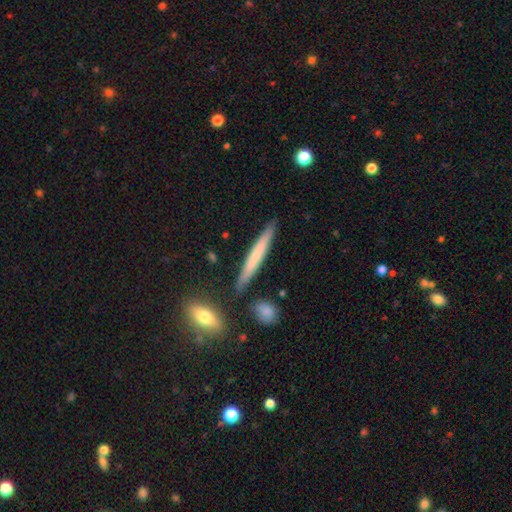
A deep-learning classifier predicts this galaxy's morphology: Smooth or featured?
  - smooth: 59% *
  - featured or disk: 35%
  - star or artifact: 6%
How rounded?
  - cigar-shaped: 95% *
  - in between: 3%
  - round: 1%
Merging?
  - none: 87% *
  - minor disturbance: 8%
  - merger: 3%
  - major disturbance: 2%